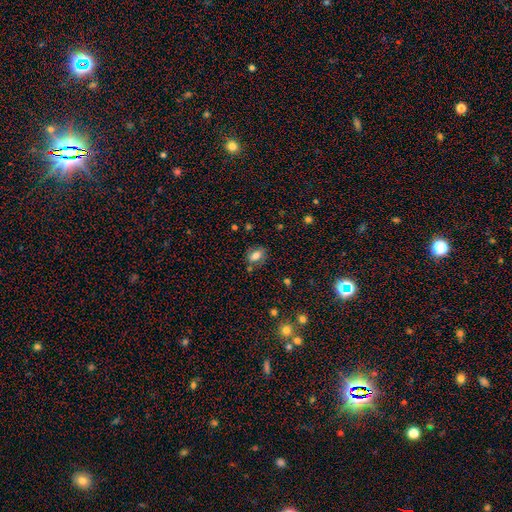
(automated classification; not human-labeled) Smooth or featured?
  - smooth: 70% *
  - featured or disk: 17%
  - star or artifact: 13%
How rounded?
  - in between: 72% *
  - round: 24%
  - cigar-shaped: 4%
Merging?
  - none: 69% *
  - minor disturbance: 19%
  - merger: 7%
  - major disturbance: 5%